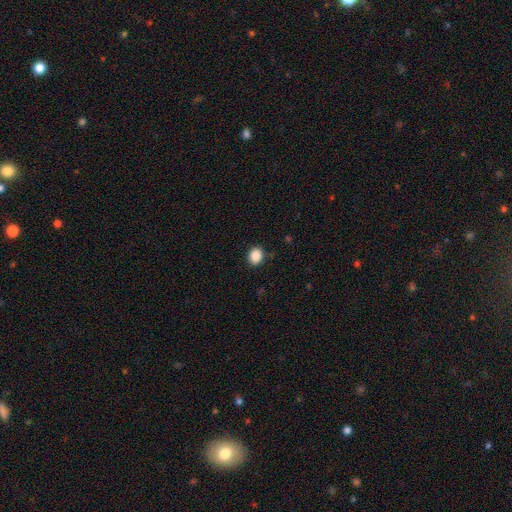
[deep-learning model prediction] smooth-or-featured: smooth: 88% | star or artifact: 9% | featured or disk: 3%
  how-rounded: round: 64% | in between: 35% | cigar-shaped: 1%
  merging: none: 88% | minor disturbance: 8% | major disturbance: 2% | merger: 1%